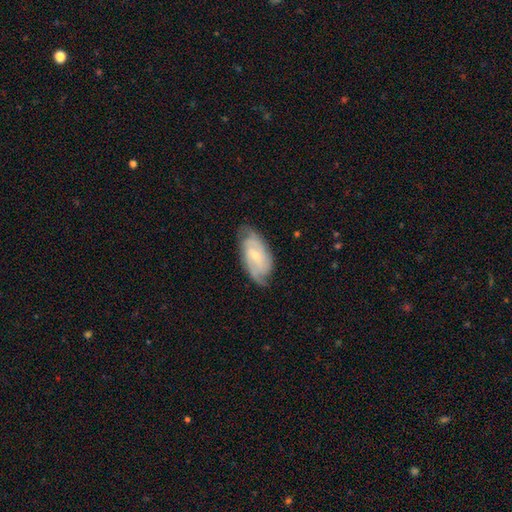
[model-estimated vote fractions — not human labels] smooth_or_featured: featured or disk (p=0.76) [alt: smooth p=0.19]
disk_edge_on: no (p=0.94) [alt: yes p=0.06]
bar: weak (p=0.44) [tied with: no p=0.44]
has_spiral_arms: yes (p=0.93) [alt: no p=0.07]
spiral_winding: tight (p=0.50) [alt: medium p=0.39]
spiral_arm_count: 2 (p=0.55) [alt: can't tell p=0.23]
bulge_size: small (p=0.66) [alt: moderate p=0.28]
merging: none (p=0.74) [alt: minor disturbance p=0.19]